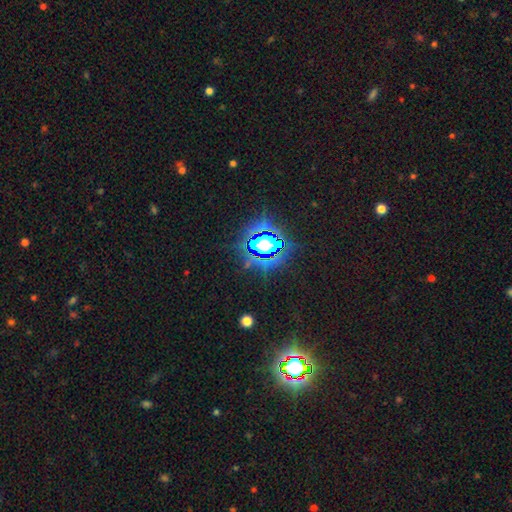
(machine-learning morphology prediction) Overall: star or artifact (82%).